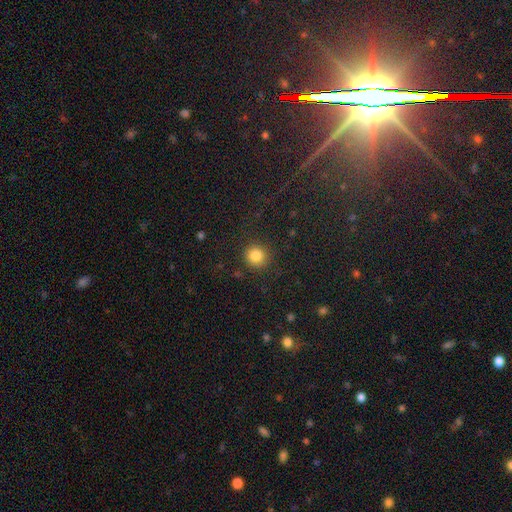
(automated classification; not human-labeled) Morphology: type=smooth (84%); roundness=round (92%); merging=none (89%).